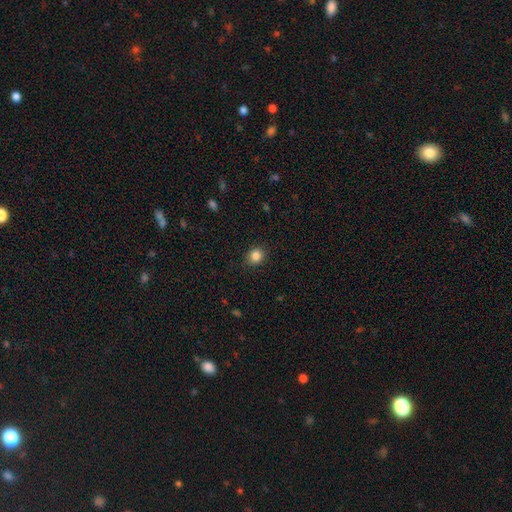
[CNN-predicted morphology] type=smooth (84%); roundness=round (77%); merging=none (89%).